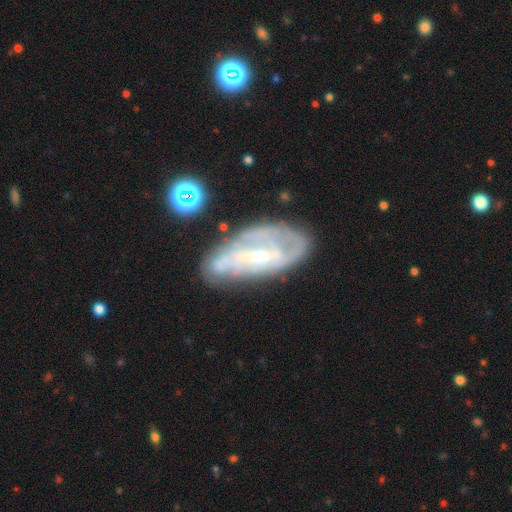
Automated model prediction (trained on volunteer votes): smooth-or-featured: featured or disk: 72% | smooth: 20% | star or artifact: 8%
  disk-edge-on: no: 89% | yes: 11%
    bar: weak: 41% | strong: 31% | no: 28%
    has-spiral-arms: yes: 67% | no: 33%
    bulge-size: small: 56% | moderate: 35% | none: 5% | large: 2% | dominant: 1%
  merging: none: 57% | minor disturbance: 25% | major disturbance: 13% | merger: 5%